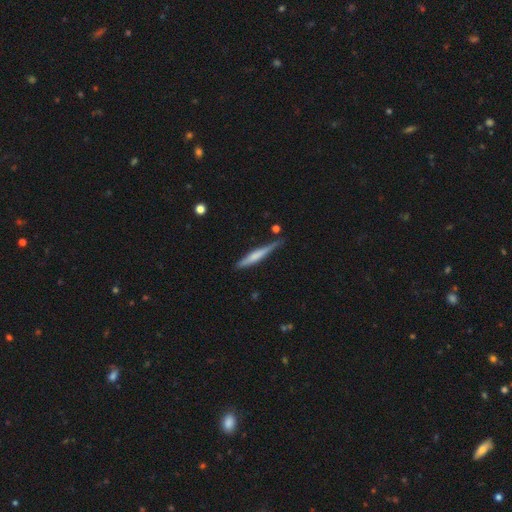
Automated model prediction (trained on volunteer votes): This appears to be a smooth galaxy with no disk features (48%). Merging: none (74%).